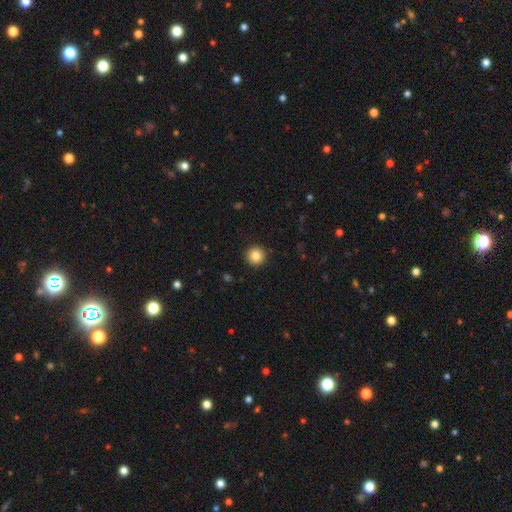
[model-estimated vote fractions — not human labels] Morphology: type=smooth (84%); roundness=round (96%); merging=none (92%).